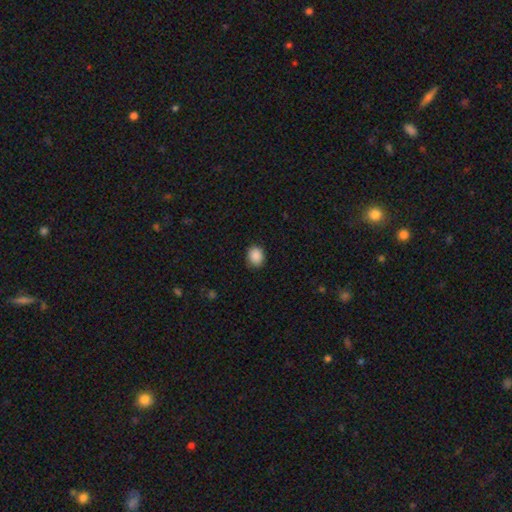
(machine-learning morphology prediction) Smooth or featured? Predicted: smooth (p=0.89). How rounded? Predicted: round (p=0.55). Merging? Predicted: none (p=0.86).